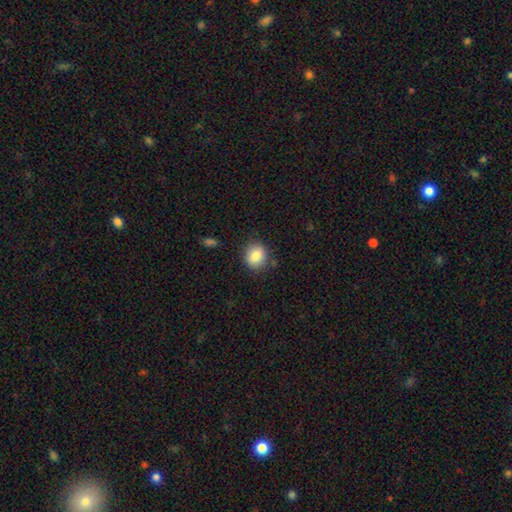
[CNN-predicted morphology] Smooth or featured? Predicted: smooth (p=0.85). How rounded? Predicted: round (p=0.66). Merging? Predicted: none (p=0.83).